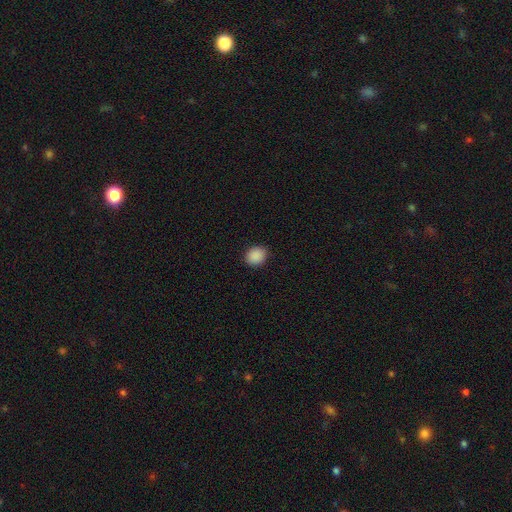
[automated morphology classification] A smooth galaxy with no disk features (89%) that is round (74%). Merging: none (89%).